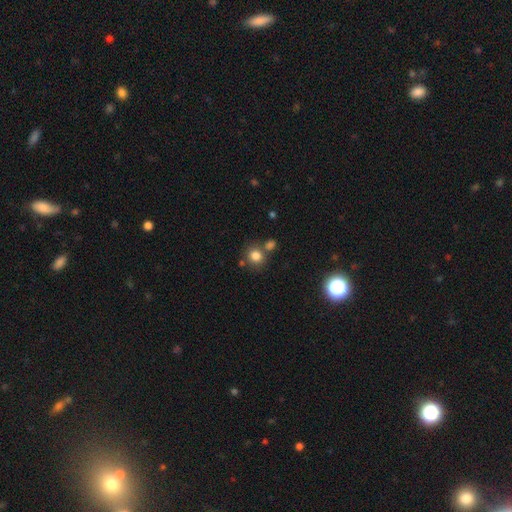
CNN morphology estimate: This appears to be a smooth galaxy with no disk features (81%) that is round (83%). Merging: none (66%).